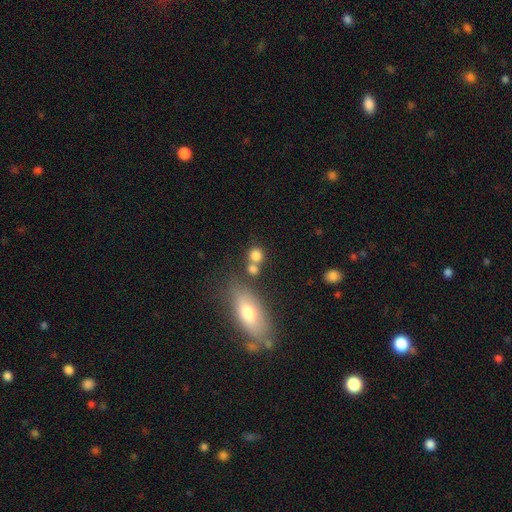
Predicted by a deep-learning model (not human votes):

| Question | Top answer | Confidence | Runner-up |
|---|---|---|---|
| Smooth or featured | smooth | 79% | star or artifact (12%) |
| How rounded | round | 78% | in between (20%) |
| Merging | none | 53% | merger (32%) |